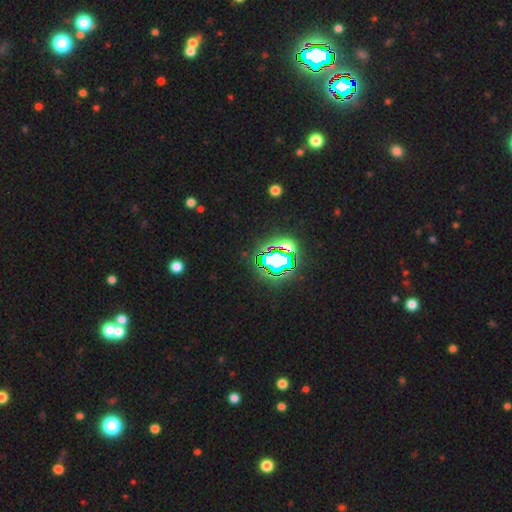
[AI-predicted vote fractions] smooth-or-featured: star or artifact: 83% | smooth: 11% | featured or disk: 7%